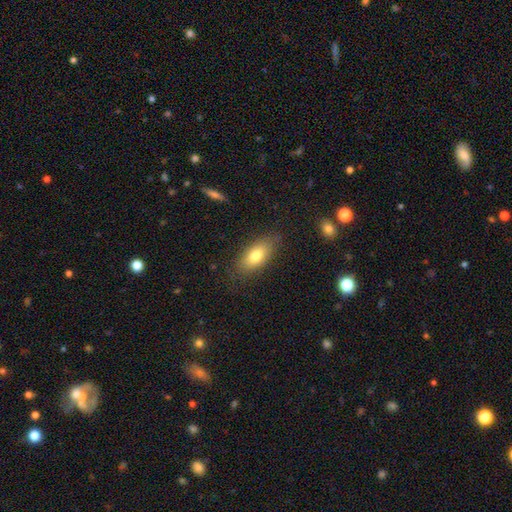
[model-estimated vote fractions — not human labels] This appears to be a smooth galaxy with no disk features (75%) that is in between round and cigar-shaped (85%). Merging: none (80%).